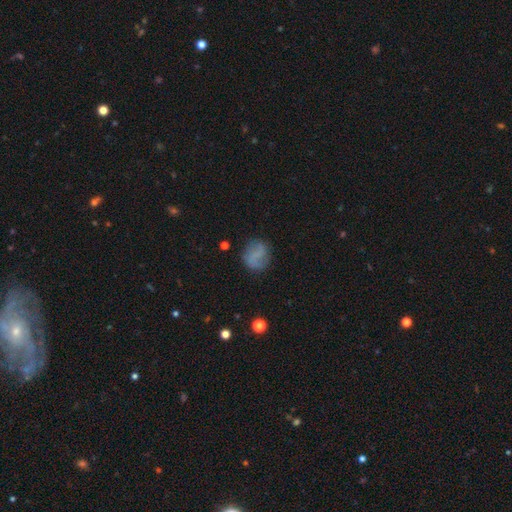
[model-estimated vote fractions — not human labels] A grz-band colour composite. It shows a smooth galaxy with no disk features (55%) that is round (70%). Merging: none (71%).